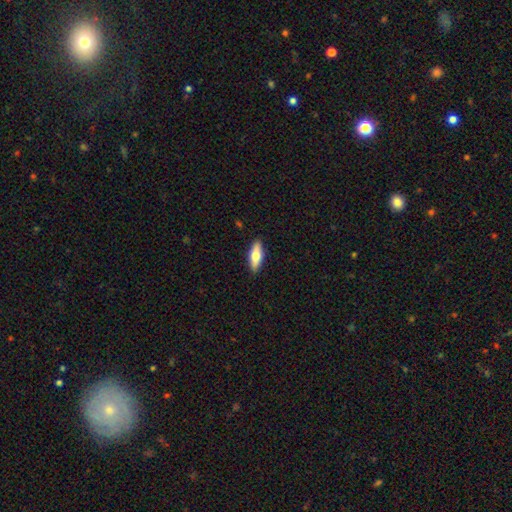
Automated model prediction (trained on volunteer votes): A smooth galaxy with no disk features (59%) that is in between round and cigar-shaped (59%).

Vote fractions:
- Smooth or featured? smooth: 59% / featured or disk: 35% / star or artifact: 6%
- How rounded? in between: 59% / cigar-shaped: 39% / round: 3%
- Merging? none: 90% / minor disturbance: 8% / major disturbance: 2% / merger: 1%